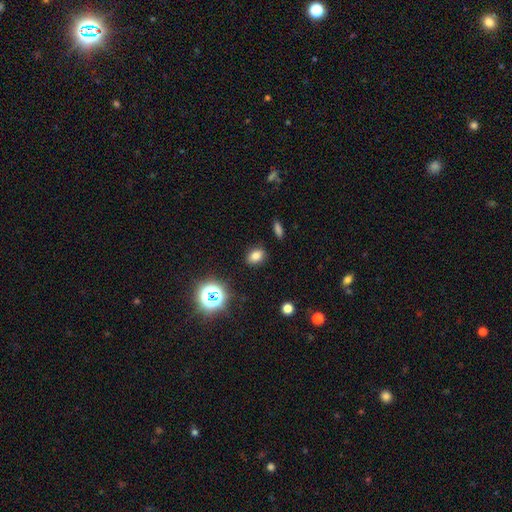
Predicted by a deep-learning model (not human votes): smooth 77%, star or artifact 17%, featured or disk 7%. Down the decision tree: how rounded — in between (70%); merging — none (87%).